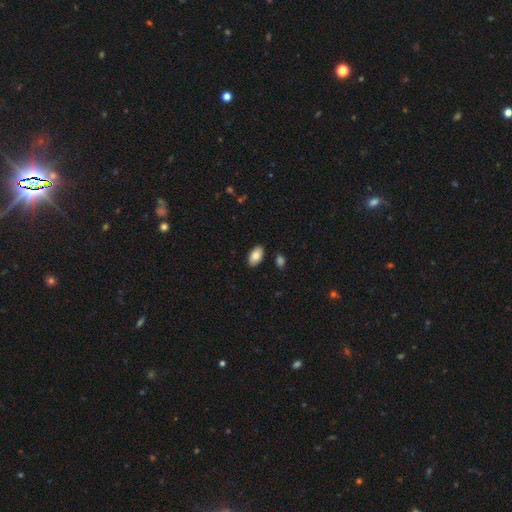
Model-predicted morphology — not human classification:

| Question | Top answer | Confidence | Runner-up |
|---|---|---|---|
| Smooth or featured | smooth | 84% | featured or disk (10%) |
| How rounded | in between | 94% | round (4%) |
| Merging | none | 87% | minor disturbance (9%) |